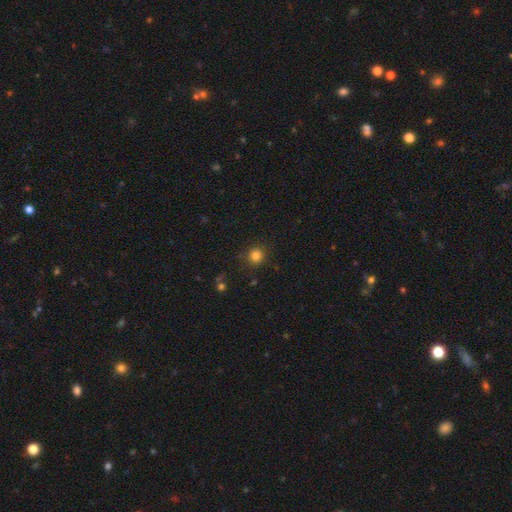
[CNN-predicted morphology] This is clearly a smooth galaxy (82%). How rounded: clearly round (92%). Merging: clearly none (87%).